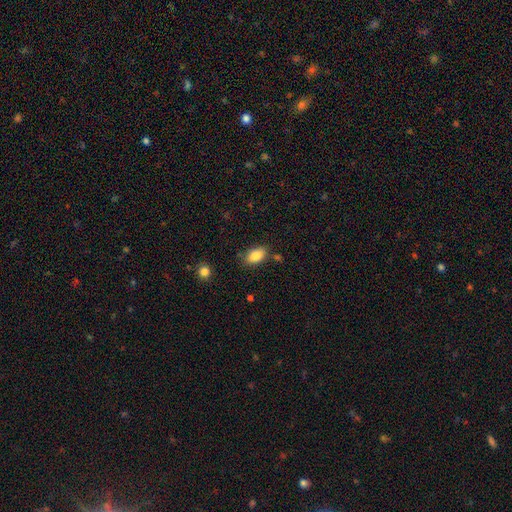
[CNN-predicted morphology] Q: Smooth or featured?
A: smooth (85%); runner-up: star or artifact (8%)
Q: How rounded?
A: in between (91%); runner-up: round (7%)
Q: Merging?
A: none (79%); runner-up: minor disturbance (13%)